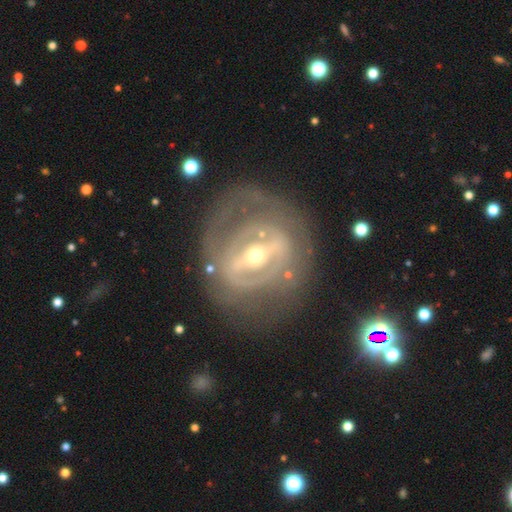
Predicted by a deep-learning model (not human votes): Smooth or featured? featured or disk (81%)
Edge-on disk? no (94%)
Bar? strong (60%)
Spiral arms? yes (53%)
Bulge size? small (50%)
Merging? none (66%)